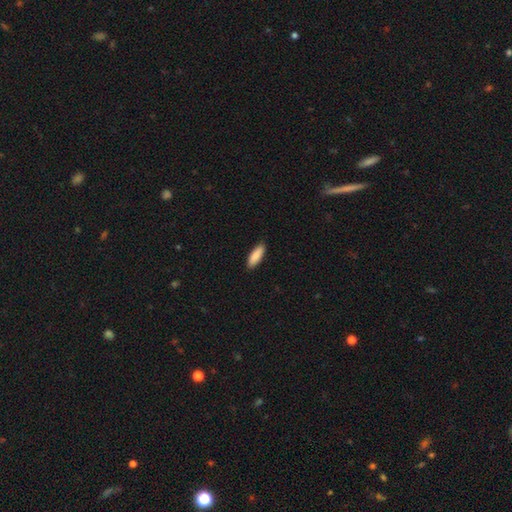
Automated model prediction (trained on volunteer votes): Smooth or featured? Predicted: smooth (p=0.90). How rounded? Predicted: in between (p=0.59). Merging? Predicted: none (p=0.89).